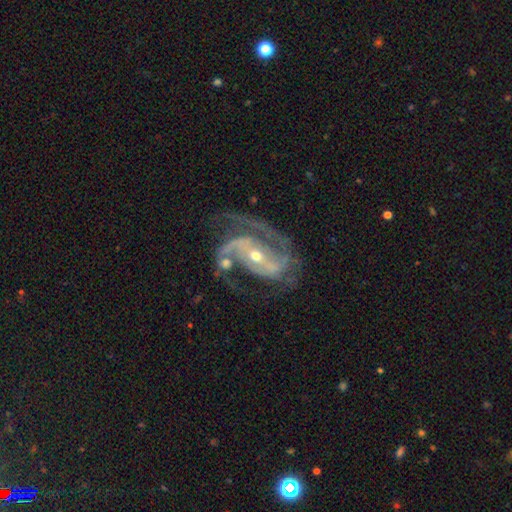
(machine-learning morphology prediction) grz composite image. It shows a featured or disk galaxy (91%) with a strong bar (38%), 2 (71%) medium (53%) spiral arms (97%) and a small central bulge (52%). Merging: none (51%).